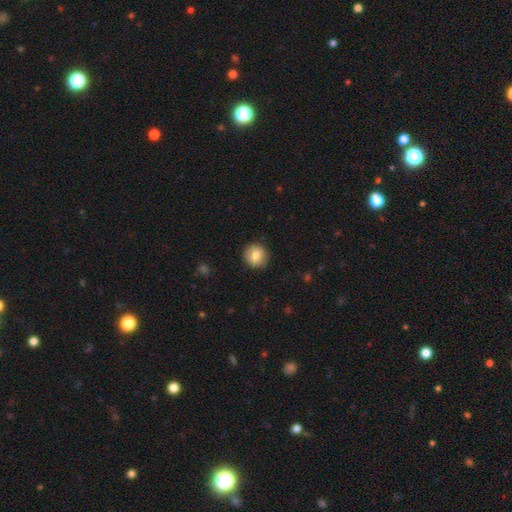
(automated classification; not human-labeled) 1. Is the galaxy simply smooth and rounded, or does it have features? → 81% smooth, 11% featured or disk, 8% star or artifact.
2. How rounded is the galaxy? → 89% round, 10% in between, 1% cigar-shaped.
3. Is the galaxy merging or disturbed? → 89% none, 8% minor disturbance, 2% major disturbance, 1% merger.